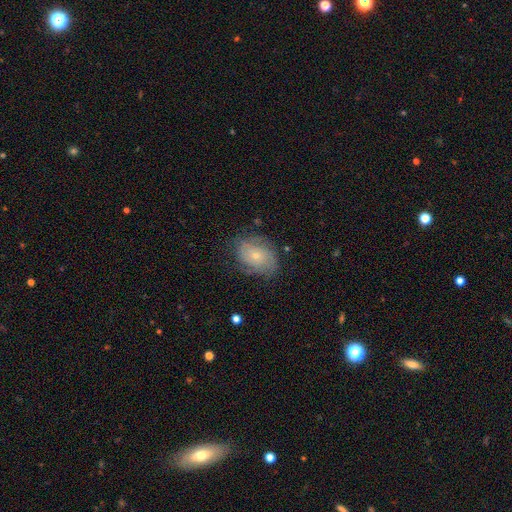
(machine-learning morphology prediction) A featured or disk galaxy (52%) with no bar (83%), spiral arms (77%) and a small central bulge (70%). Merging: none (67%).